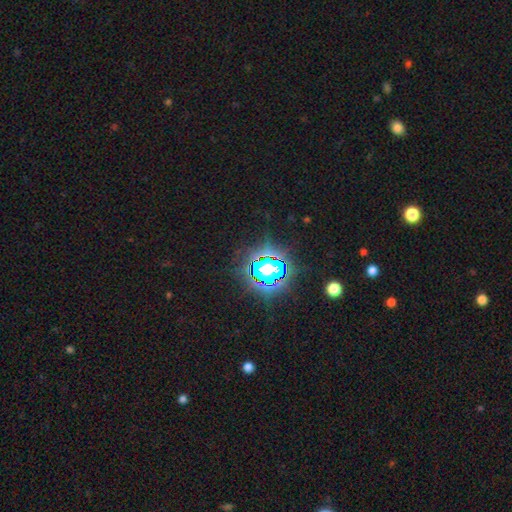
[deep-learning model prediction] smooth_or_featured: star or artifact (p=0.83) [alt: smooth p=0.11]